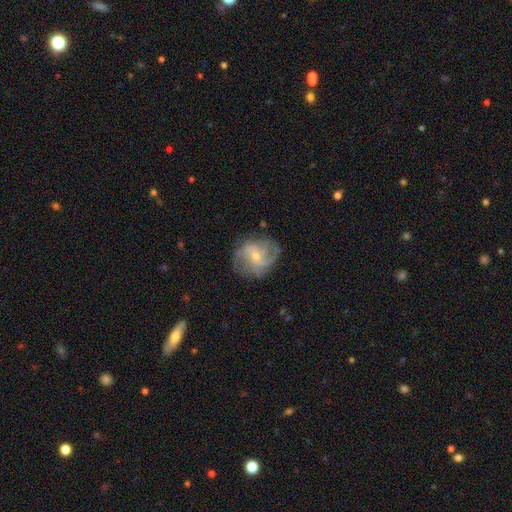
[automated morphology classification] Smooth or featured: featured or disk — 80% (smooth — 12%)
Edge-on disk: no — 97% (yes — 3%)
Bar: no — 53% (weak — 38%)
Spiral arms: yes — 94% (no — 6%)
Spiral winding: medium — 43% (tight — 30%)
Spiral arm count: 2 — 29% (3 — 25%)
Bulge size: small — 65% (moderate — 31%)
Merging: none — 73% (minor disturbance — 17%)